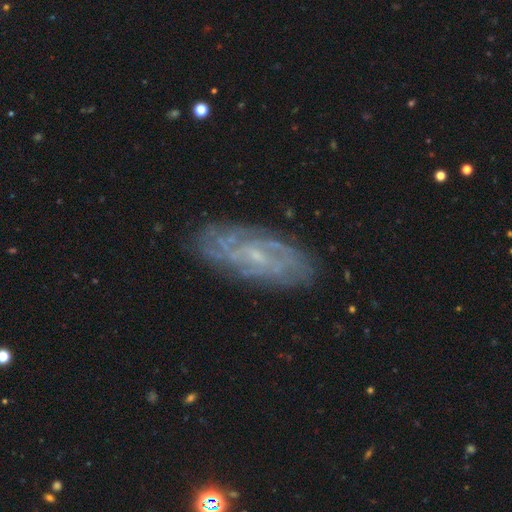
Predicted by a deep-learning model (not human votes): Q: Smooth or featured?
A: featured or disk (79%); runner-up: smooth (12%)
Q: Edge-on disk?
A: no (91%); runner-up: yes (9%)
Q: Bar?
A: no (48%); runner-up: weak (41%)
Q: Spiral arms?
A: yes (90%); runner-up: no (10%)
Q: Spiral winding?
A: tight (65%); runner-up: medium (27%)
Q: Spiral arm count?
A: can't tell (44%); runner-up: 2 (22%)
Q: Bulge size?
A: small (76%); runner-up: moderate (15%)
Q: Merging?
A: none (83%); runner-up: minor disturbance (12%)